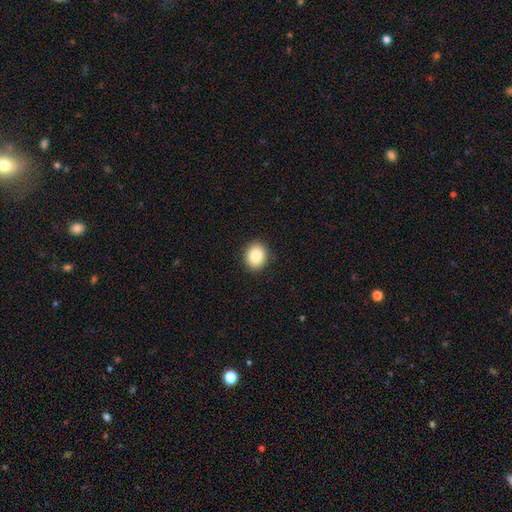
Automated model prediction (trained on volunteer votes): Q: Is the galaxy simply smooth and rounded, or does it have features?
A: smooth — 86%.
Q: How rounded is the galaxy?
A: round — 69%.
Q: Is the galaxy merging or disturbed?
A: none — 91%.